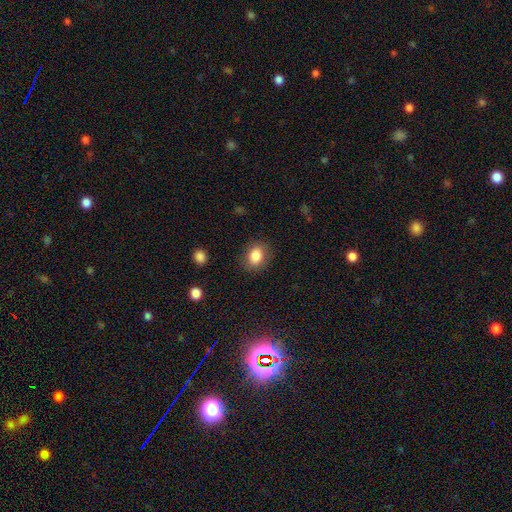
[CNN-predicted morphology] Smooth or featured? Predicted: smooth (p=0.84). How rounded? Predicted: in between (p=0.56). Merging? Predicted: none (p=0.85).